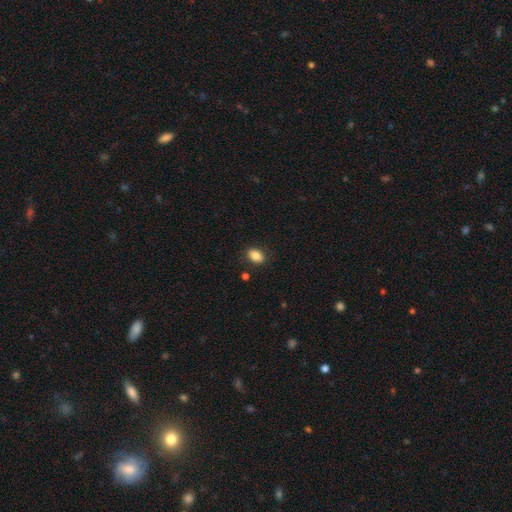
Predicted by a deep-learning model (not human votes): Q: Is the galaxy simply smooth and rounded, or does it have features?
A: smooth — 86%.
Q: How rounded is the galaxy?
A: in between — 82%.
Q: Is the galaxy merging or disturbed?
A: none — 85%.